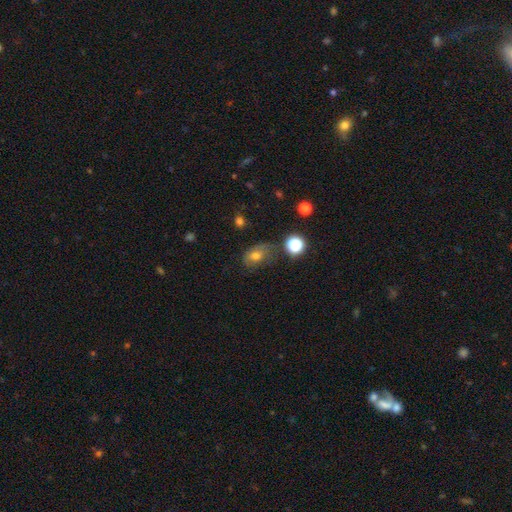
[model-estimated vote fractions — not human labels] Smooth or featured: smooth — 63% (featured or disk — 20%)
How rounded: in between — 75% (round — 23%)
Merging: none — 53% (minor disturbance — 29%)